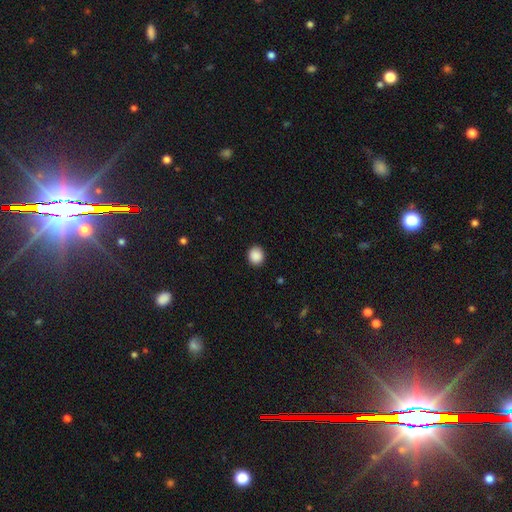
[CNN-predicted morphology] smooth-or-featured: smooth: 89% | star or artifact: 9% | featured or disk: 2%
  how-rounded: round: 80% | in between: 19% | cigar-shaped: 1%
  merging: none: 91% | minor disturbance: 6% | major disturbance: 2% | merger: 1%